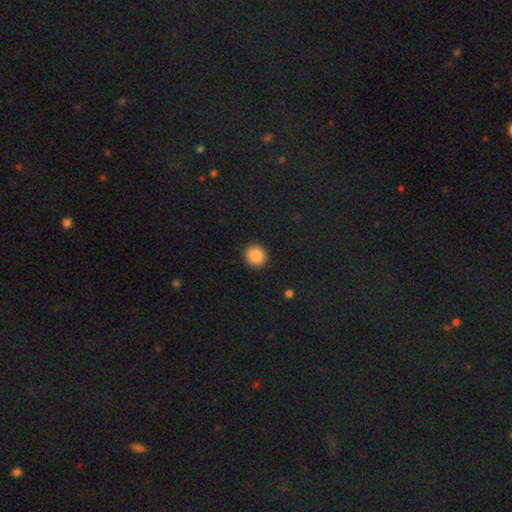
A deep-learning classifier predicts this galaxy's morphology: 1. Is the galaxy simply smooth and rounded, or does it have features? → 88% smooth, 9% star or artifact, 4% featured or disk.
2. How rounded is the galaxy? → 88% round, 11% in between, 1% cigar-shaped.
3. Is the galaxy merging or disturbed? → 92% none, 5% minor disturbance, 2% major disturbance, 1% merger.